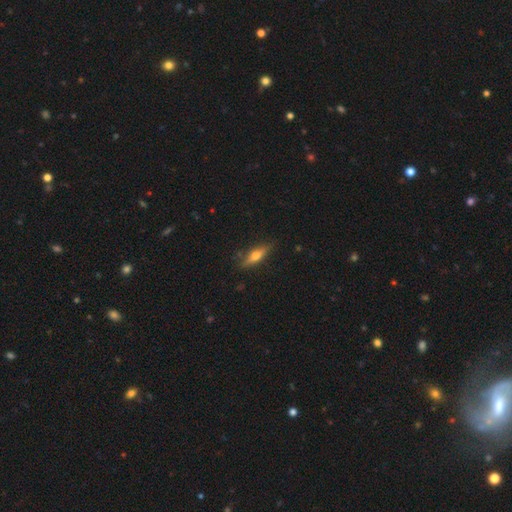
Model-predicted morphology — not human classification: Overall: smooth (48%; featured or disk 45%). Merging: none (80%).